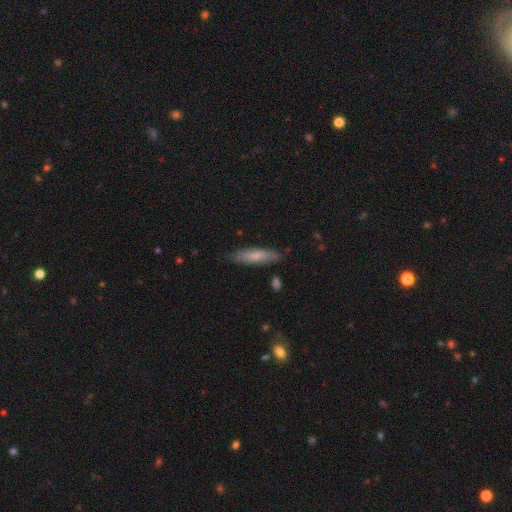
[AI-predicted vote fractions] Smooth or featured? Predicted: smooth (p=0.70). How rounded? Predicted: cigar-shaped (p=0.69). Merging? Predicted: none (p=0.80).